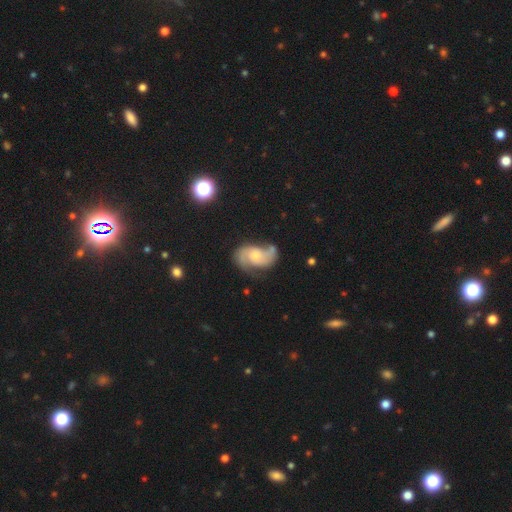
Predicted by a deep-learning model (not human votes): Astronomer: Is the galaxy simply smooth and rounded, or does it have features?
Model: featured or disk — 85%.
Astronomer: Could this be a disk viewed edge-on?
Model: no — 97%.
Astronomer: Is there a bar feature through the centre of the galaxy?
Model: no — 63%.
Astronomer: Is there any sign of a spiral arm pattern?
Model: yes — 96%.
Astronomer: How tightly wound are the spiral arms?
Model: medium — 49% (runner-up: loose, 33%).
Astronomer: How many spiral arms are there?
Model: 2 — 91%.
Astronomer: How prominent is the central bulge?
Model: moderate — 46% (runner-up: small, 44%).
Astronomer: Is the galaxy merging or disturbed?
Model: none — 63%.